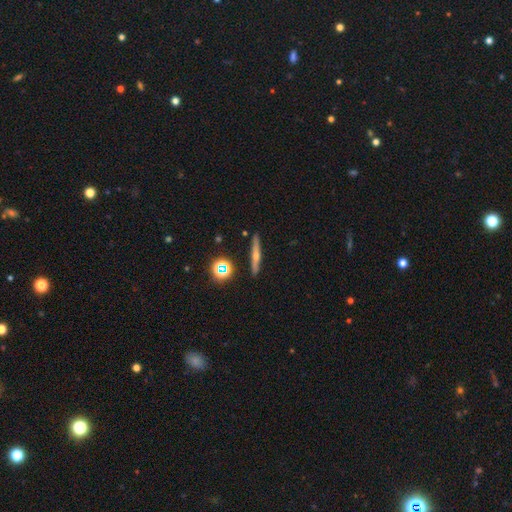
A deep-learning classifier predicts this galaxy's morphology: Smooth or featured: featured or disk — 62% (smooth — 27%)
Edge-on disk: yes — 96% (no — 4%)
Edge-on bulge: rounded — 88% (none — 9%)
Merging: none — 90% (minor disturbance — 7%)